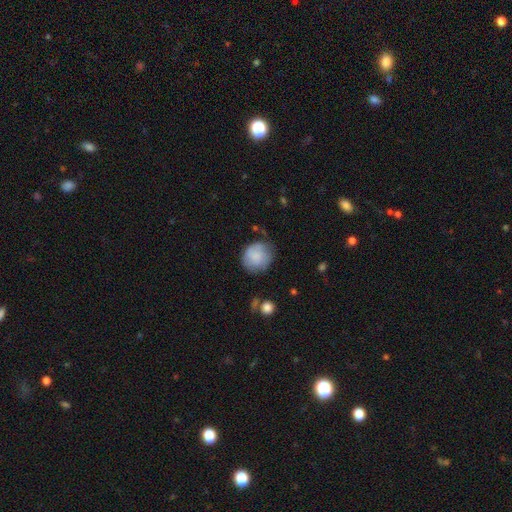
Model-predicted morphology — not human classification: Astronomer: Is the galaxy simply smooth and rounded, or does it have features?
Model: smooth — 76%.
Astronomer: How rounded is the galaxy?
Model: round — 78%.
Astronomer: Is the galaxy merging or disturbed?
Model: none — 63%.